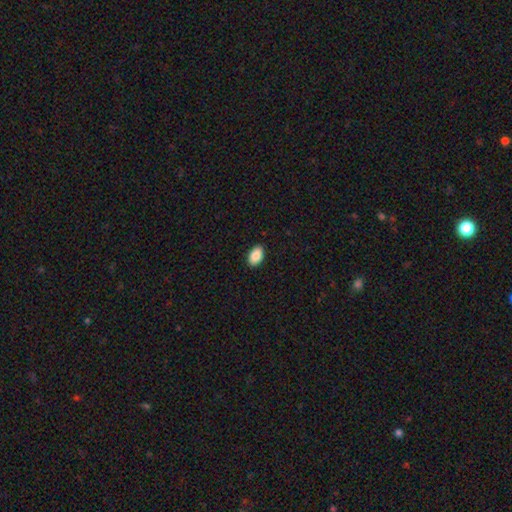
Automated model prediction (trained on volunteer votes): A smooth galaxy with no disk features (88%) that is in between round and cigar-shaped (93%).

Vote fractions:
- Smooth or featured? smooth: 88% / star or artifact: 7% / featured or disk: 4%
- How rounded? in between: 93% / round: 6% / cigar-shaped: 1%
- Merging? none: 89% / minor disturbance: 8% / major disturbance: 2% / merger: 1%